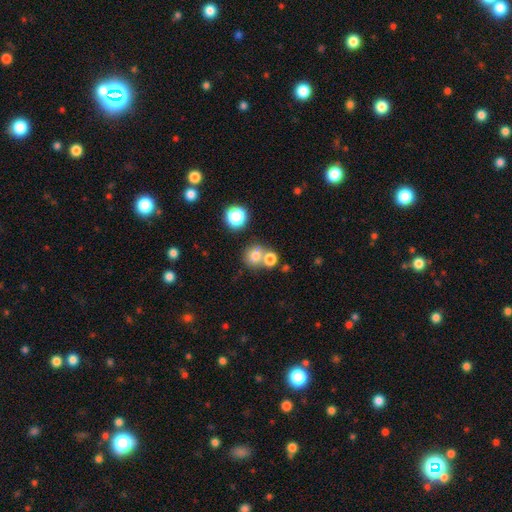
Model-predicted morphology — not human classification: smooth 75%, star or artifact 15%, featured or disk 11%. Down the decision tree: how rounded — round (77%); merging — none (49%).